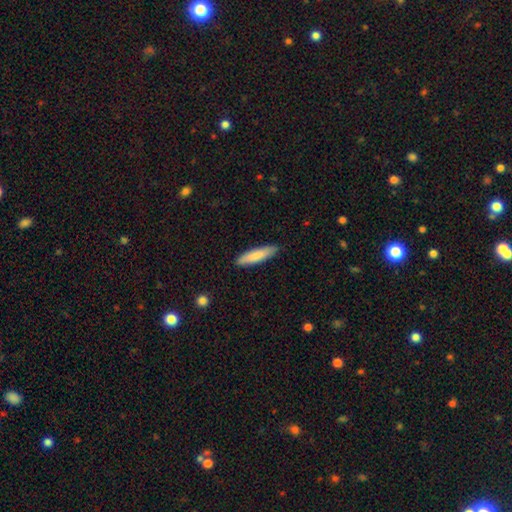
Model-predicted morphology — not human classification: Smooth or featured? Predicted: smooth (p=0.81). How rounded? Predicted: cigar-shaped (p=0.75). Merging? Predicted: none (p=0.88).